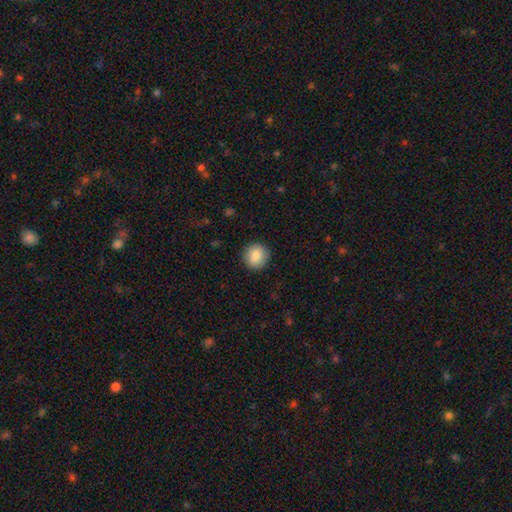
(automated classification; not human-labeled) Smooth or featured?
  - smooth: 85% *
  - star or artifact: 8%
  - featured or disk: 7%
How rounded?
  - round: 91% *
  - in between: 8%
  - cigar-shaped: 1%
Merging?
  - none: 91% *
  - minor disturbance: 6%
  - major disturbance: 2%
  - merger: 1%